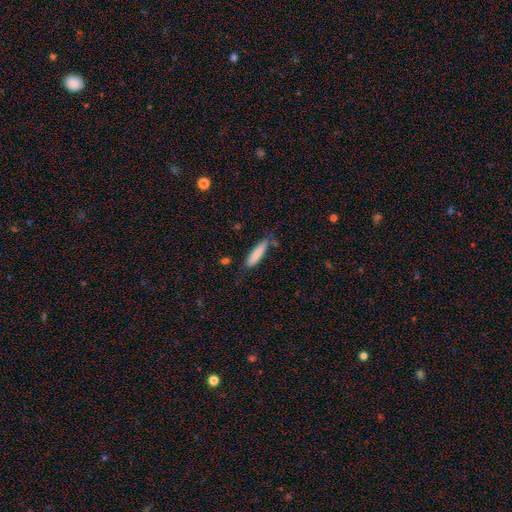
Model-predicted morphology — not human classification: smooth-or-featured: smooth: 83% | featured or disk: 10% | star or artifact: 6%
  how-rounded: cigar-shaped: 80% | in between: 19% | round: 1%
  merging: none: 69% | minor disturbance: 22% | major disturbance: 5% | merger: 4%